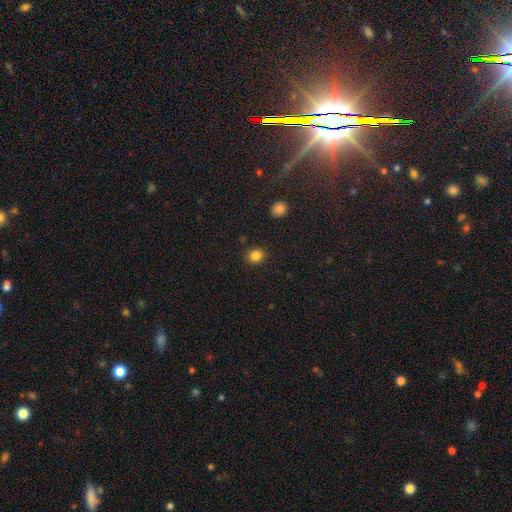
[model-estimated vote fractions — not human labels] smooth_or_featured: smooth (p=0.84) [alt: star or artifact p=0.11]
how_rounded: round (p=0.78) [alt: in between p=0.22]
merging: none (p=0.89) [alt: minor disturbance p=0.07]